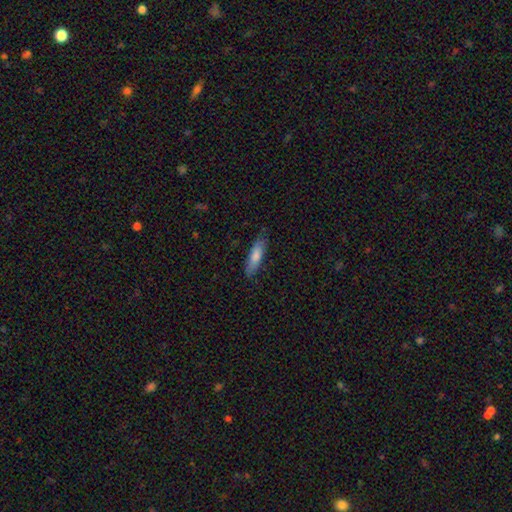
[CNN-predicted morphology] type=smooth (73%); roundness=cigar-shaped (71%); merging=none (81%).